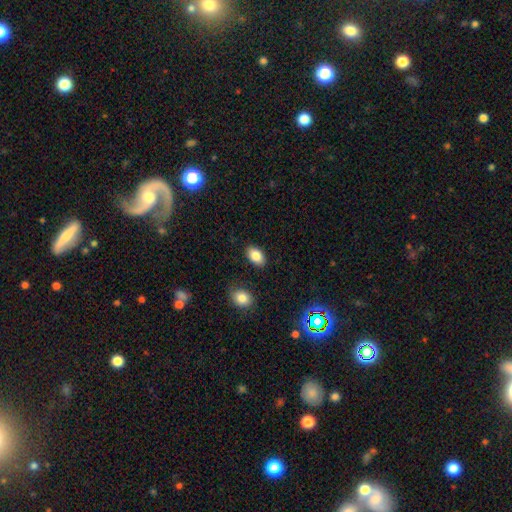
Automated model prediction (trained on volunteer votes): Smooth or featured: smooth — 85% (star or artifact — 8%)
How rounded: in between — 89% (round — 10%)
Merging: none — 86% (minor disturbance — 9%)